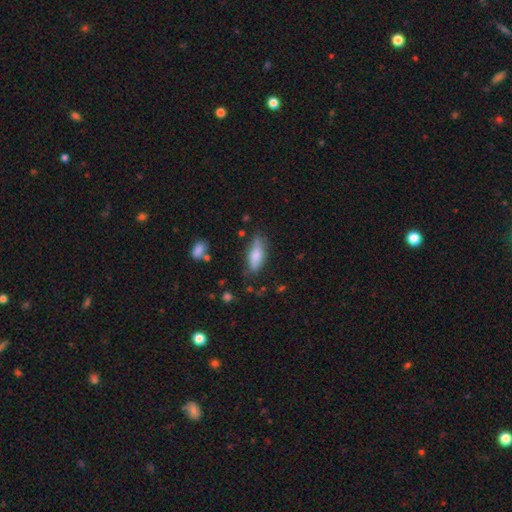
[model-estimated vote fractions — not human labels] This appears to be a smooth galaxy with no disk features (75%) that is in between round and cigar-shaped (65%). Merging: none (66%).